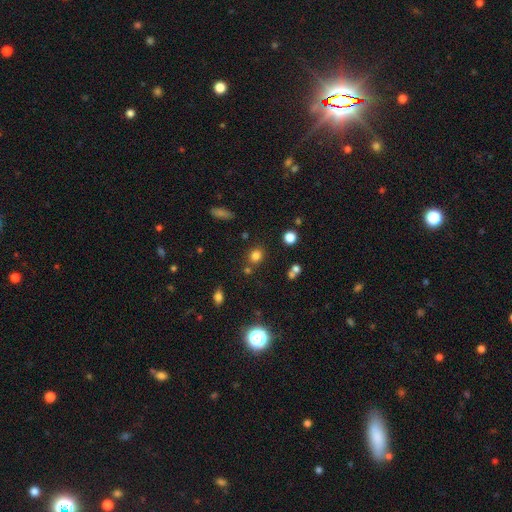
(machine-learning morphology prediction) The model was most divided on "how rounded": round: 72%, in between: 26%, cigar-shaped: 1%. More confident: smooth or featured — smooth (78%); merging — none (75%).